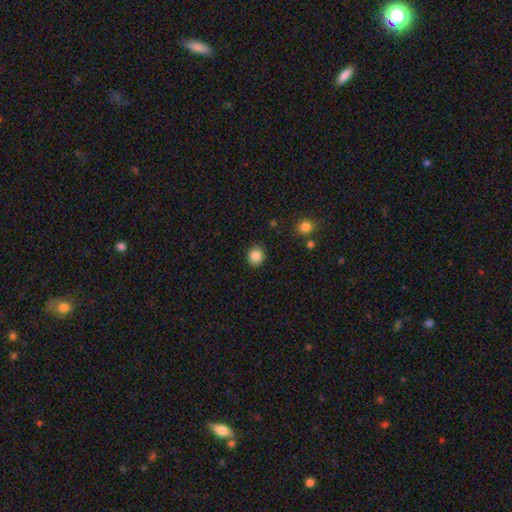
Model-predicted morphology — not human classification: smooth_or_featured: smooth (p=0.85) [alt: star or artifact p=0.09]
how_rounded: round (p=0.72) [alt: in between p=0.28]
merging: none (p=0.89) [alt: minor disturbance p=0.07]